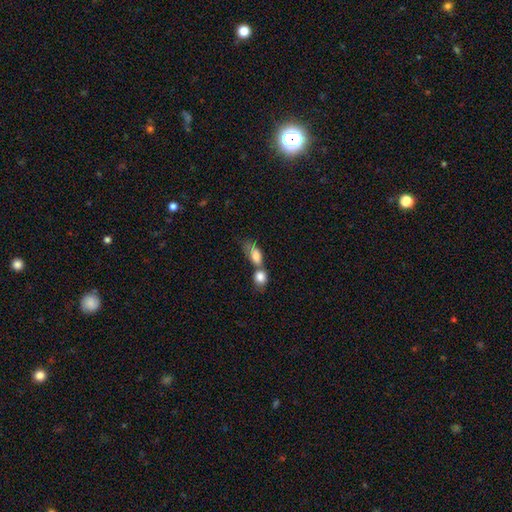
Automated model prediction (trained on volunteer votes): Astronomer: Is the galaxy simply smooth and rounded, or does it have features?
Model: smooth — 79%.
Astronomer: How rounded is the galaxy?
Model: in between — 78%.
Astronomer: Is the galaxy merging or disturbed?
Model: merger — 68%.